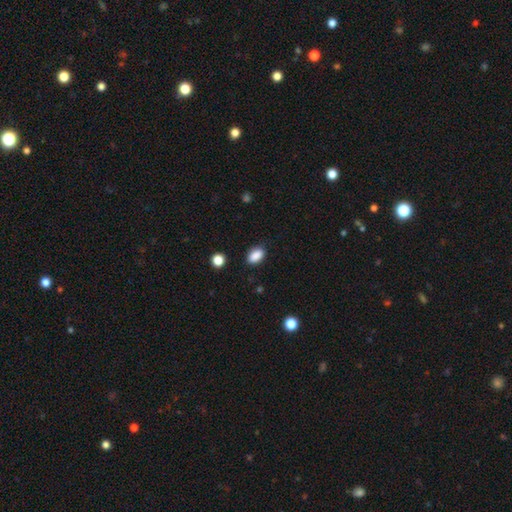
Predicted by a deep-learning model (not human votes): Morphology: type=smooth (88%); roundness=in between (88%); merging=none (86%).